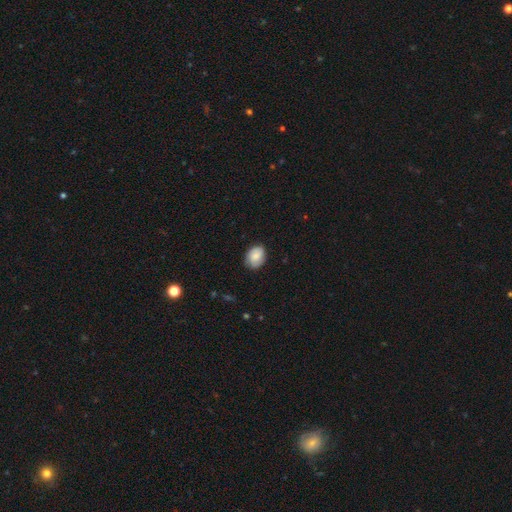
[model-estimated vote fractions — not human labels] smooth 84%, featured or disk 9%, star or artifact 7%. Down the decision tree: how rounded — in between (68%); merging — none (79%).